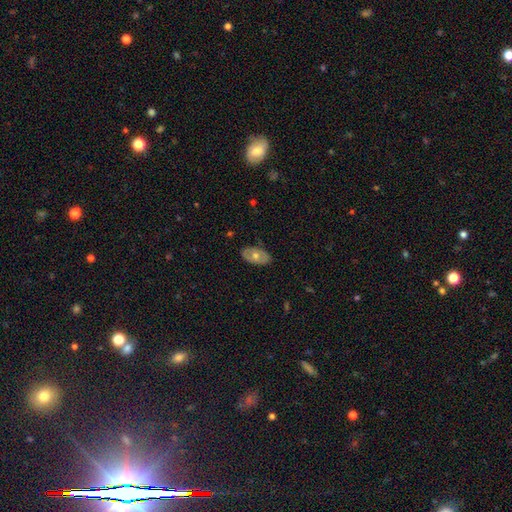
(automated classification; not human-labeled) The model was most divided on "smooth or featured": featured or disk: 48%, smooth: 45%, star or artifact: 7%. More confident: merging — none (84%).